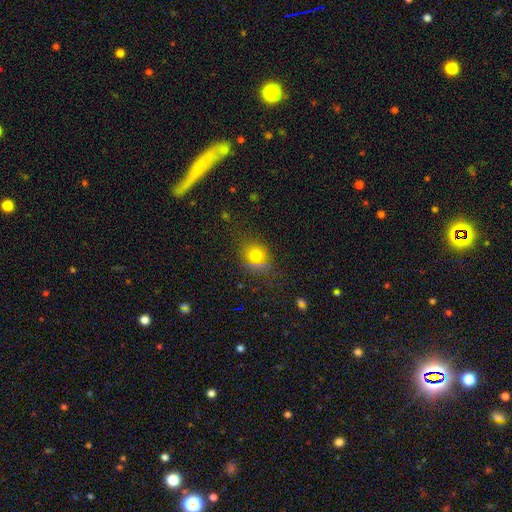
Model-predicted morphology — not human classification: A smooth galaxy with no disk features (71%) that is round (70%). Merging: none (75%).